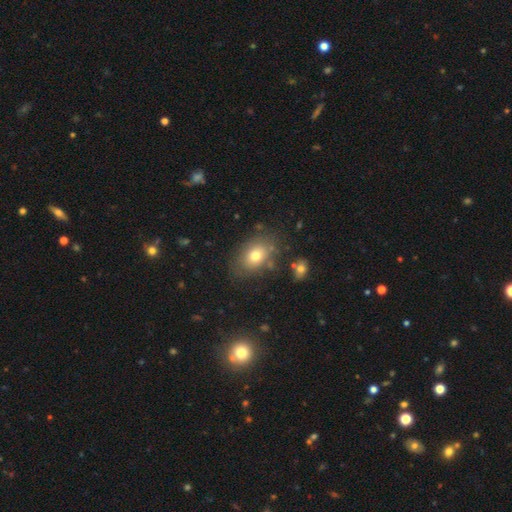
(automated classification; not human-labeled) A smooth galaxy with no disk features (74%) that is in between round and cigar-shaped (73%).

Vote fractions:
- Smooth or featured? smooth: 74% / featured or disk: 15% / star or artifact: 11%
- How rounded? in between: 73% / round: 25% / cigar-shaped: 1%
- Merging? none: 76% / minor disturbance: 15% / major disturbance: 5% / merger: 4%